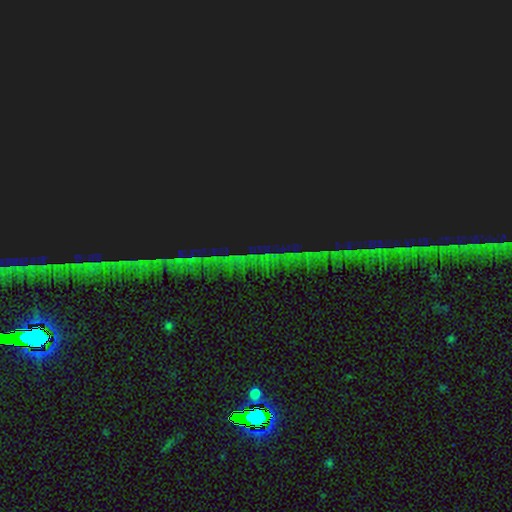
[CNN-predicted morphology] This is clearly a star or artifact rather than a galaxy (84%).